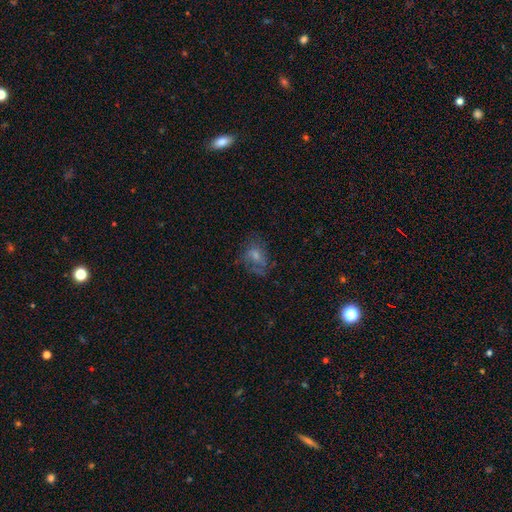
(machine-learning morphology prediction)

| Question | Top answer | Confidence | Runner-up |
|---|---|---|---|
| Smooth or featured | smooth | 49% | featured or disk (37%) |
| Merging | none | 50% | major disturbance (24%) |